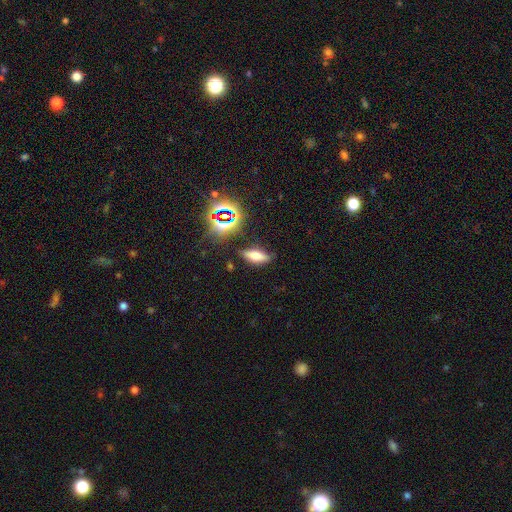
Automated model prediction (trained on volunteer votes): Smooth or featured? Predicted: smooth (p=0.61). How rounded? Predicted: in between (p=0.63). Merging? Predicted: none (p=0.80).